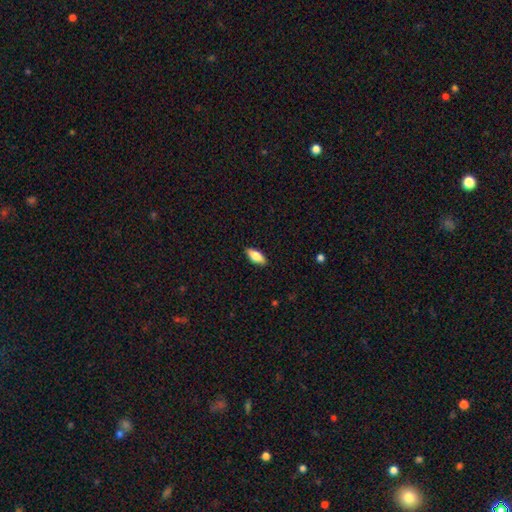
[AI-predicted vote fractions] The model was most divided on "smooth or featured": smooth: 73%, featured or disk: 21%, star or artifact: 6%. More confident: merging — none (88%); how rounded — in between (82%).